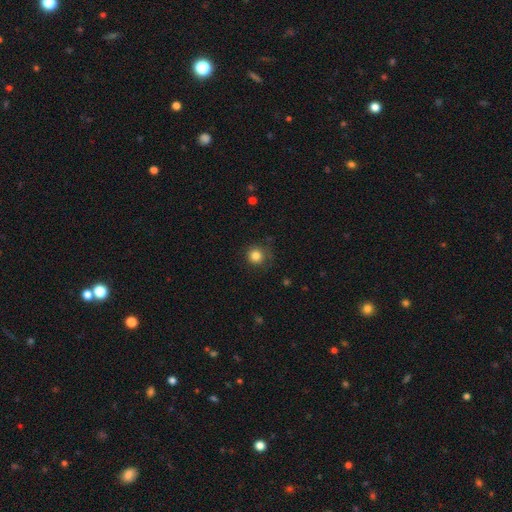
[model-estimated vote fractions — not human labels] Smooth or featured?
  - smooth: 83% *
  - star or artifact: 12%
  - featured or disk: 6%
How rounded?
  - round: 93% *
  - in between: 6%
  - cigar-shaped: 1%
Merging?
  - none: 79% *
  - minor disturbance: 14%
  - major disturbance: 5%
  - merger: 1%